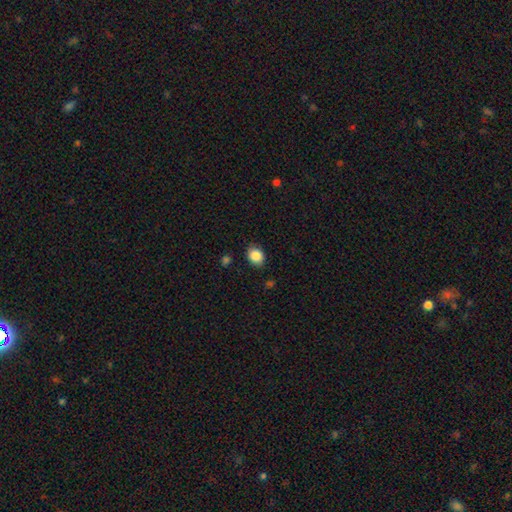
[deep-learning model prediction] A smooth galaxy with no disk features (87%) that is round (50%). Merging: none (83%).